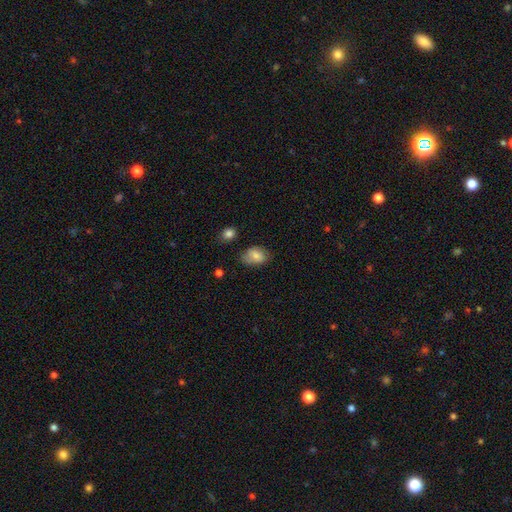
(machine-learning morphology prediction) Q: Smooth or featured?
A: smooth (82%); runner-up: featured or disk (10%)
Q: How rounded?
A: in between (80%); runner-up: round (19%)
Q: Merging?
A: none (69%); runner-up: minor disturbance (24%)